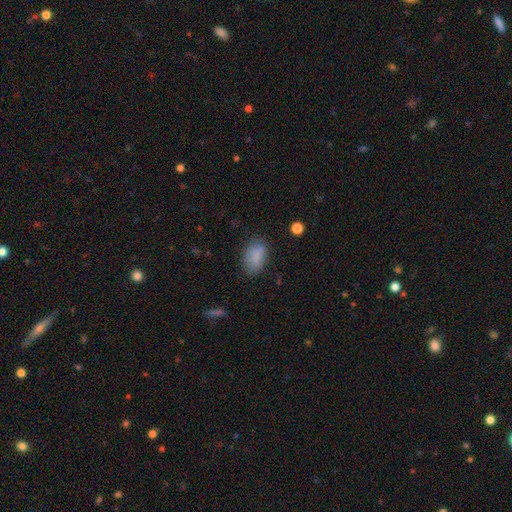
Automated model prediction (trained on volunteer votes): This is clearly a smooth galaxy (83%). How rounded: clearly in between (90%). Merging: likely none (72%).